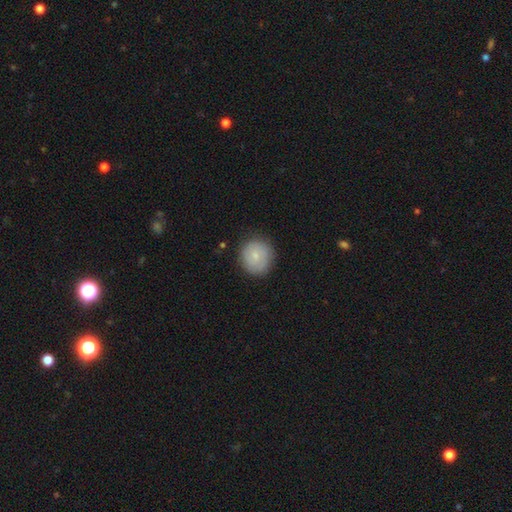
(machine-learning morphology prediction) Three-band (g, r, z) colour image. It shows a smooth galaxy with no disk features (78%) that is round (91%). Merging: none (84%).